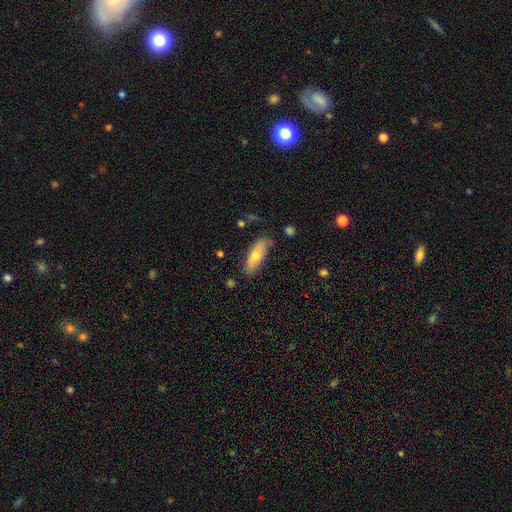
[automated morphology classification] smooth-or-featured: smooth: 66% | featured or disk: 27% | star or artifact: 6%
  how-rounded: in between: 61% | cigar-shaped: 36% | round: 3%
  merging: none: 78% | minor disturbance: 16% | major disturbance: 3% | merger: 3%